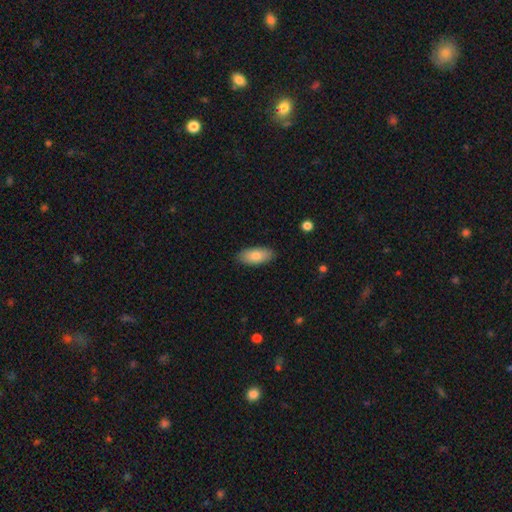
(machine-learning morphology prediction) smooth 83%, featured or disk 11%, star or artifact 6%. Down the decision tree: how rounded — in between (89%); merging — none (88%).